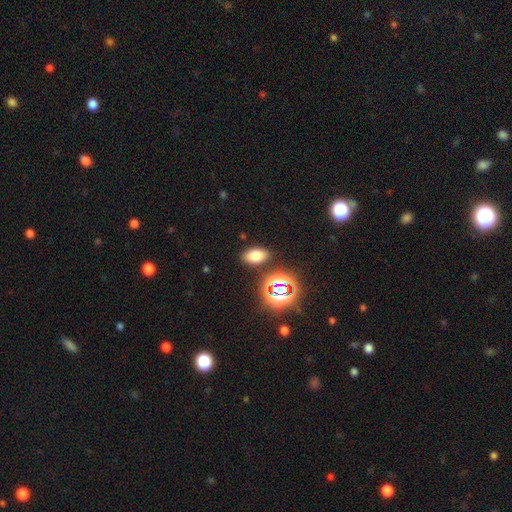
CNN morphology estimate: This is likely a smooth galaxy (68%). How rounded: clearly in between (88%). Merging: clearly none (86%).